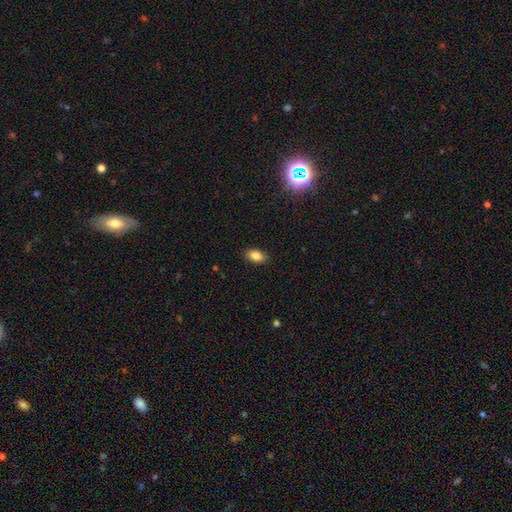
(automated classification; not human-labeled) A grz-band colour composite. It shows a smooth galaxy with no disk features (86%) that is in between round and cigar-shaped (90%). Merging: none (88%).